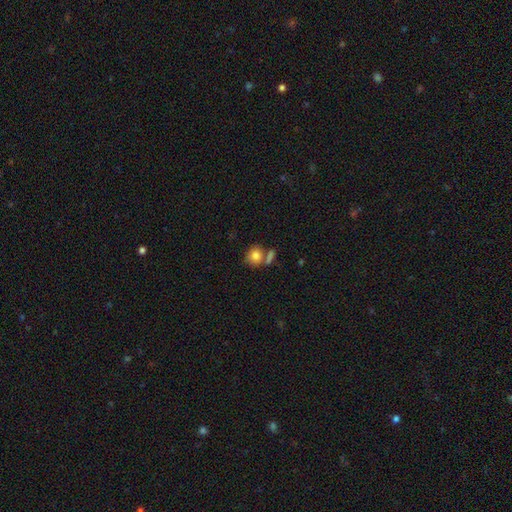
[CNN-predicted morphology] Overall: smooth (81%). How rounded: round (66%; in between 32%). Merging: none (56%; merger 24%).